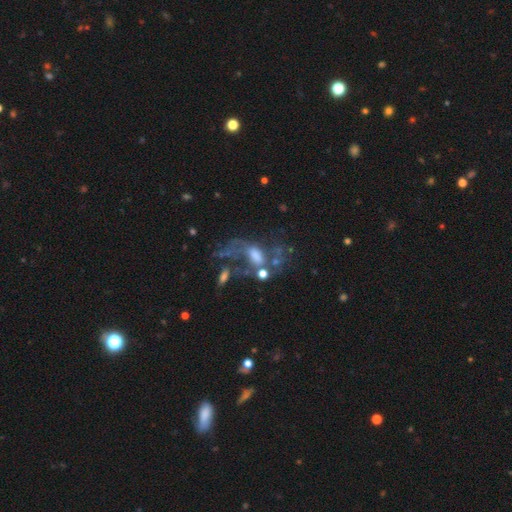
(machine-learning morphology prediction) Smooth or featured: featured or disk — 59% (smooth — 22%)
Edge-on disk: no — 94% (yes — 6%)
Bar: no — 62% (weak — 28%)
Spiral arms: no — 60% (yes — 40%)
Bulge size: moderate — 40% (small — 22%)
Merging: major disturbance — 37% (none — 28%)